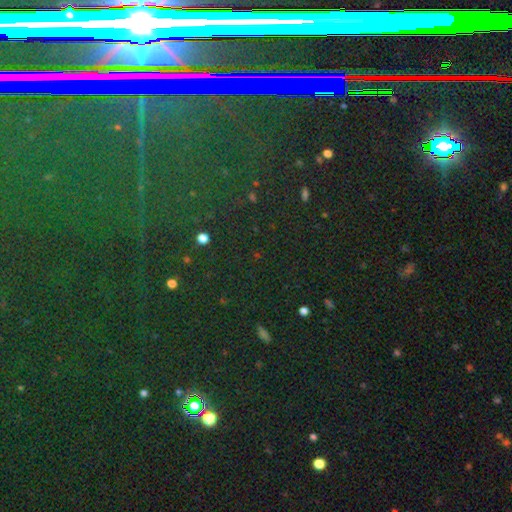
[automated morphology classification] This is clearly a star or artifact rather than a galaxy (82%).